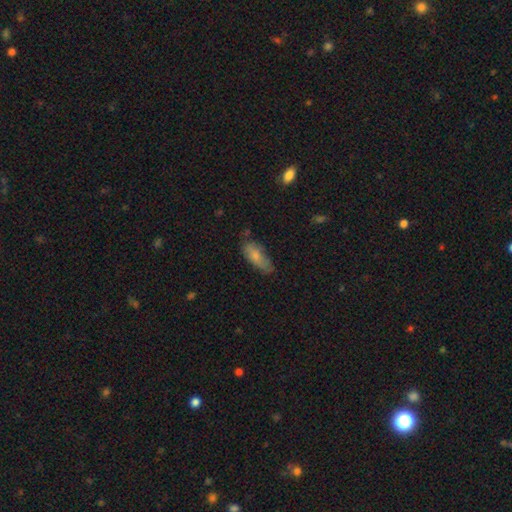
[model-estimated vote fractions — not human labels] A smooth galaxy with no disk features (76%) that is in between round and cigar-shaped (76%). Merging: none (61%).